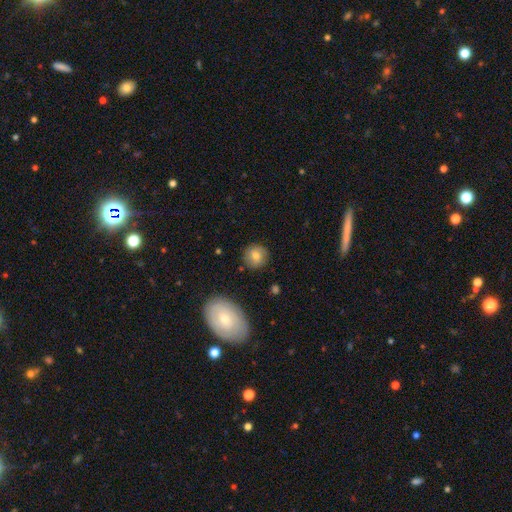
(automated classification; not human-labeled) smooth 77%, featured or disk 14%, star or artifact 9%. Down the decision tree: how rounded — round (89%); merging — none (86%).